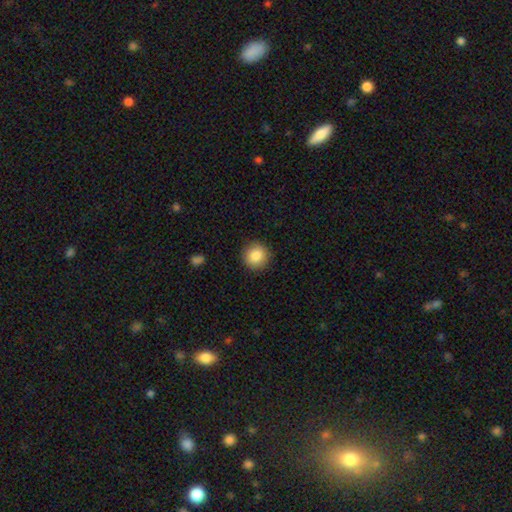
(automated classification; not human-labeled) Q: Smooth or featured?
A: smooth (87%); runner-up: star or artifact (9%)
Q: How rounded?
A: round (92%); runner-up: in between (7%)
Q: Merging?
A: none (90%); runner-up: minor disturbance (7%)